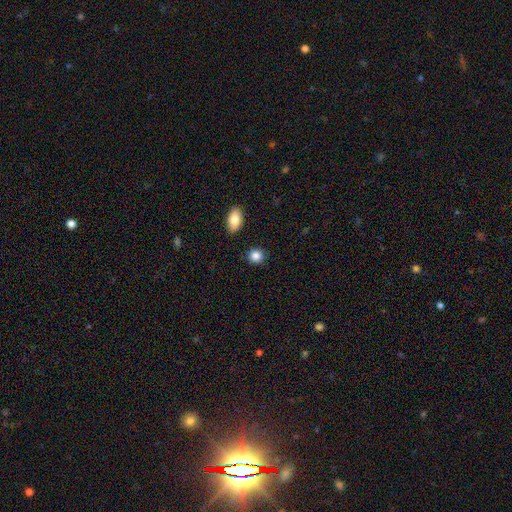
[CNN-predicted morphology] smooth-or-featured: smooth: 86% | star or artifact: 9% | featured or disk: 5%
  how-rounded: round: 80% | in between: 19% | cigar-shaped: 1%
  merging: none: 88% | minor disturbance: 7% | merger: 3% | major disturbance: 2%